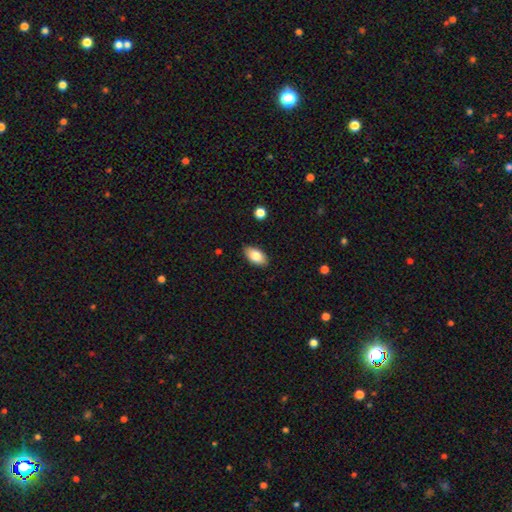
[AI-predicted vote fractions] smooth-or-featured: smooth: 82% | featured or disk: 11% | star or artifact: 7%
  how-rounded: in between: 94% | round: 4% | cigar-shaped: 2%
  merging: none: 87% | minor disturbance: 10% | major disturbance: 2% | merger: 1%